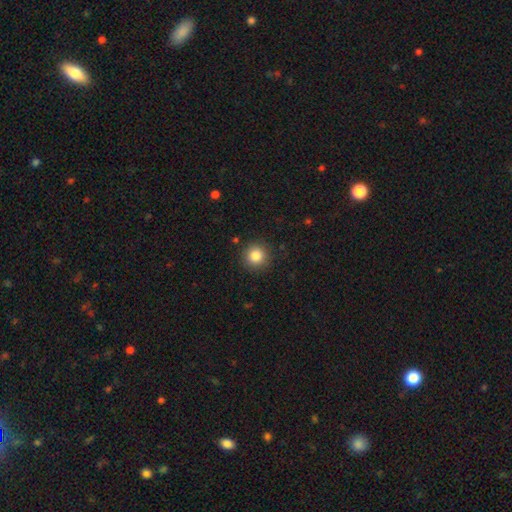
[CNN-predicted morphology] This appears to be a smooth galaxy with no disk features (84%) that is round (95%). Merging: none (90%).